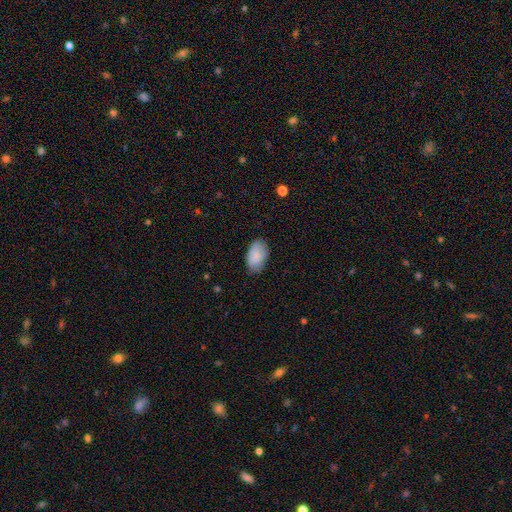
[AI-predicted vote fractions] This appears to be a smooth galaxy with no disk features (87%) that is in between round and cigar-shaped (94%). Merging: none (77%).